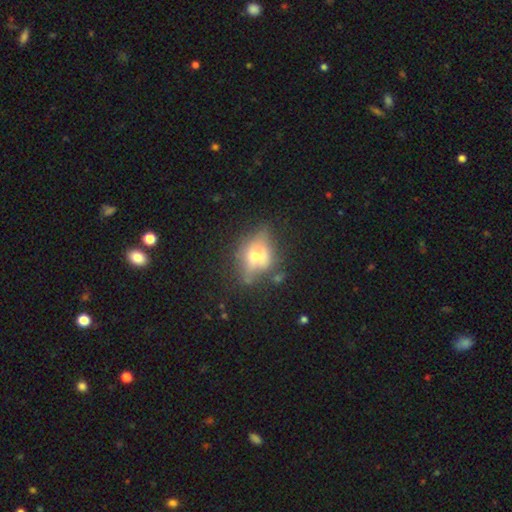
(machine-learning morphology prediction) smooth_or_featured: featured or disk (p=0.53) [alt: smooth p=0.35]
disk_edge_on: yes (p=0.55) [alt: no p=0.45]
merging: none (p=0.55) [alt: minor disturbance p=0.25]